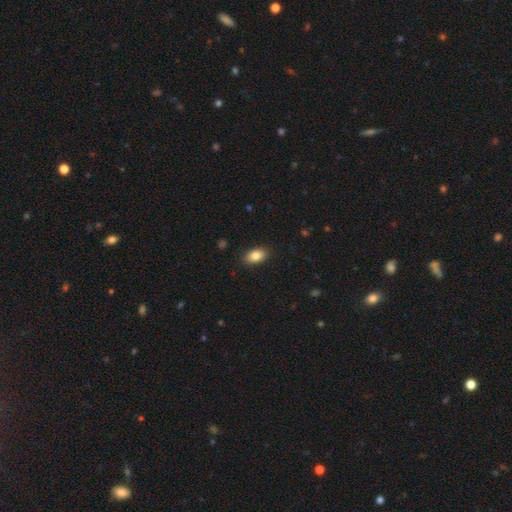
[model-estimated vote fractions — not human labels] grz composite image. It shows a smooth galaxy with no disk features (85%) that is in between round and cigar-shaped (91%). Merging: none (88%).